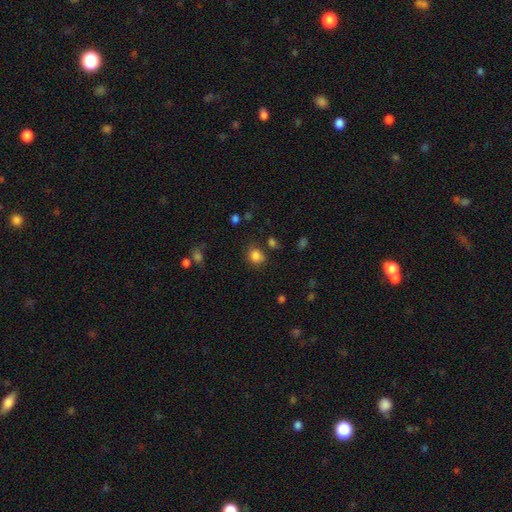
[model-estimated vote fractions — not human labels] Q: Smooth or featured?
A: smooth (83%); runner-up: star or artifact (12%)
Q: How rounded?
A: round (64%); runner-up: in between (35%)
Q: Merging?
A: none (73%); runner-up: minor disturbance (17%)